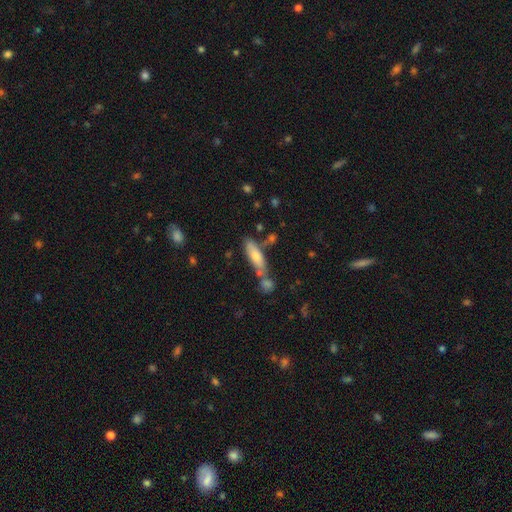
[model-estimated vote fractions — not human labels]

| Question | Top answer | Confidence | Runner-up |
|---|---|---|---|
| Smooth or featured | smooth | 71% | featured or disk (22%) |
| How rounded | cigar-shaped | 51% | in between (46%) |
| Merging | none | 56% | merger (22%) |